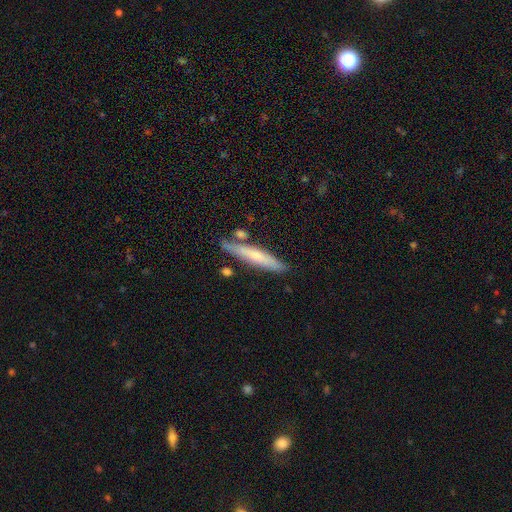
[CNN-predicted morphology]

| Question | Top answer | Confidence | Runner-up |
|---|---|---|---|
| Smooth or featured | smooth | 59% | featured or disk (35%) |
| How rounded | cigar-shaped | 91% | in between (8%) |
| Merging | none | 76% | minor disturbance (14%) |